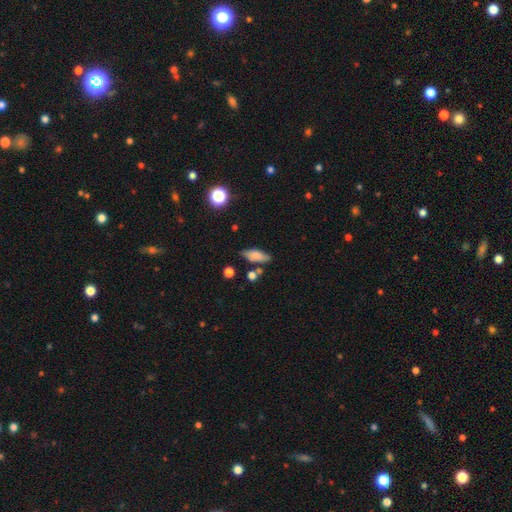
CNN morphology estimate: Smooth or featured? Predicted: smooth (p=0.78). How rounded? Predicted: in between (p=0.71). Merging? Predicted: none (p=0.70).